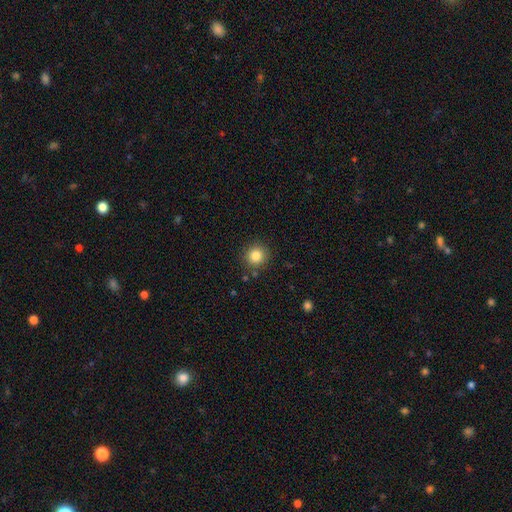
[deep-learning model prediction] Smooth or featured? smooth (84%)
How rounded? round (92%)
Merging? none (88%)